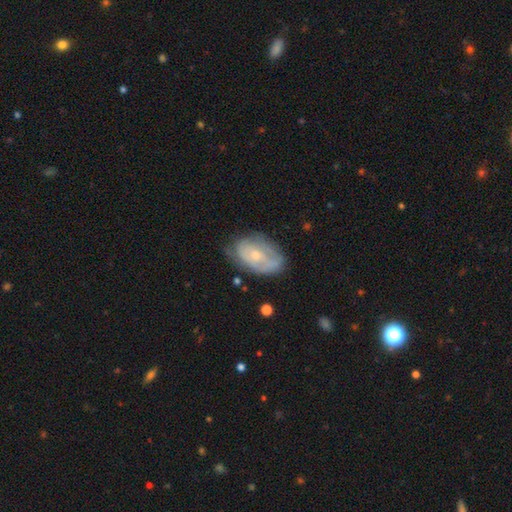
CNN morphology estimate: featured or disk 60%, smooth 33%, star or artifact 7%. Down the decision tree: edge-on disk — no (94%); bar — no (73%); spiral arms — yes (66%); bulge size — small (63%); merging — none (60%).